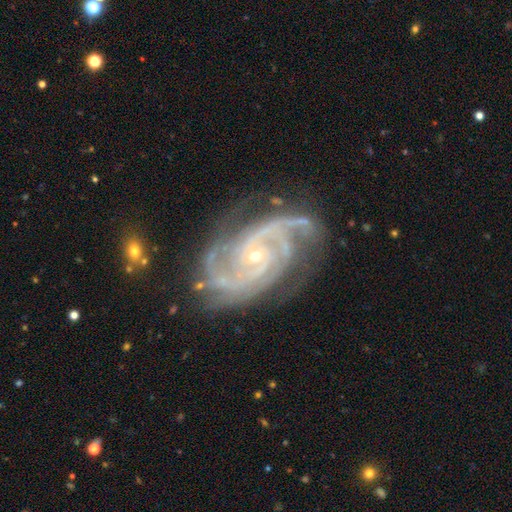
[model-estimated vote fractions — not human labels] Smooth or featured: featured or disk — 92% (star or artifact — 5%)
Edge-on disk: no — 97% (yes — 3%)
Bar: no — 64% (weak — 26%)
Spiral arms: yes — 99% (no — 1%)
Spiral winding: tight — 53% (medium — 41%)
Spiral arm count: 2 — 39% (3 — 28%)
Bulge size: small — 79% (moderate — 18%)
Merging: none — 70% (minor disturbance — 19%)